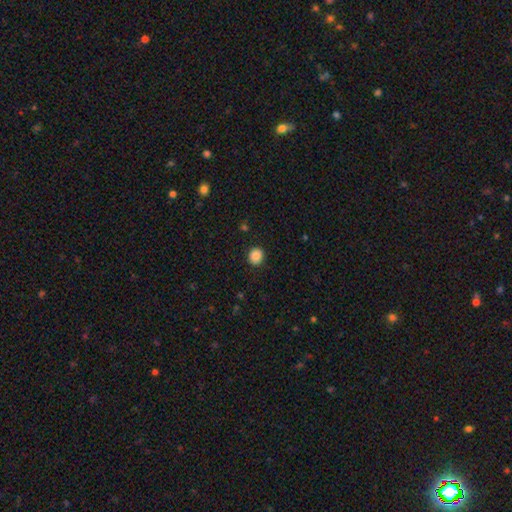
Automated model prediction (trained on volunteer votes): A smooth galaxy with no disk features (87%) that is round (86%). Merging: none (91%).